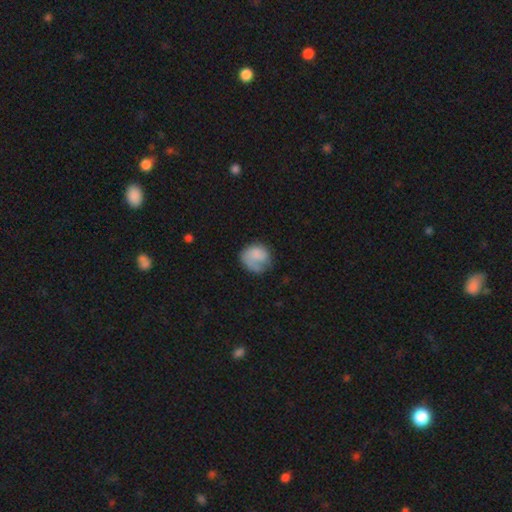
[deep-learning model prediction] smooth_or_featured: smooth (p=0.67) [alt: featured or disk p=0.26]
how_rounded: round (p=0.70) [alt: in between p=0.29]
merging: none (p=0.47) [alt: minor disturbance p=0.27]